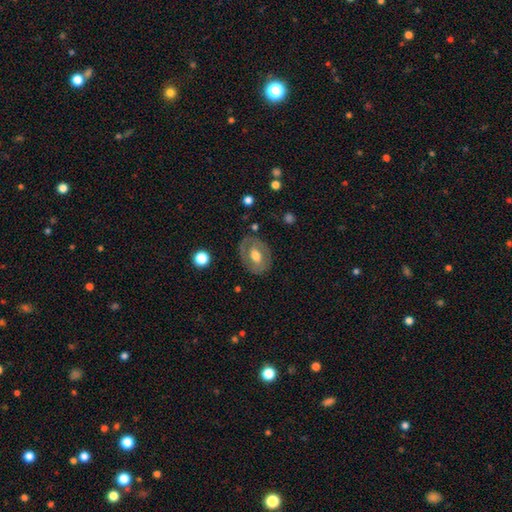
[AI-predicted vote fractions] smooth_or_featured: featured or disk (p=0.52) [alt: smooth p=0.42]
disk_edge_on: no (p=0.93) [alt: yes p=0.07]
merging: none (p=0.75) [alt: minor disturbance p=0.17]